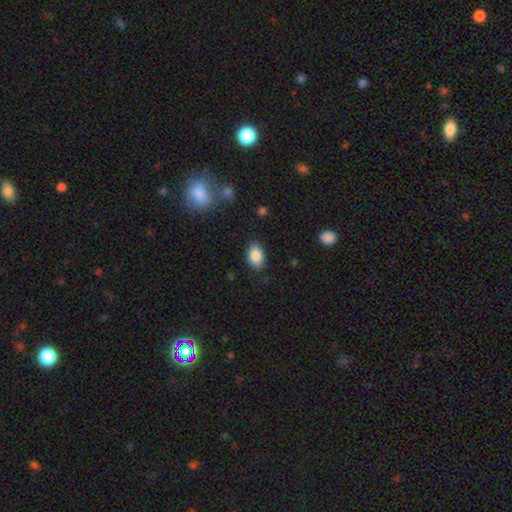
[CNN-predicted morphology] Smooth or featured?
  - smooth: 87% *
  - star or artifact: 8%
  - featured or disk: 5%
How rounded?
  - in between: 86% *
  - round: 13%
  - cigar-shaped: 1%
Merging?
  - none: 83% *
  - minor disturbance: 12%
  - major disturbance: 3%
  - merger: 1%